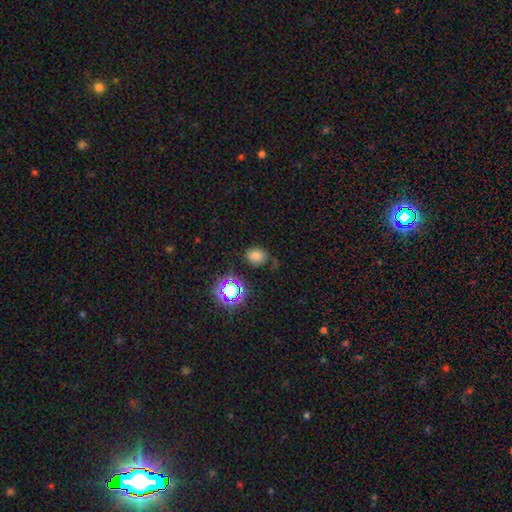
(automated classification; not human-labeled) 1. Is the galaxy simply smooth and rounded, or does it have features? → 69% smooth, 22% star or artifact, 8% featured or disk.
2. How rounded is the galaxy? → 56% round, 43% in between, 1% cigar-shaped.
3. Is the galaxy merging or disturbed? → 69% none, 20% minor disturbance, 7% major disturbance, 3% merger.